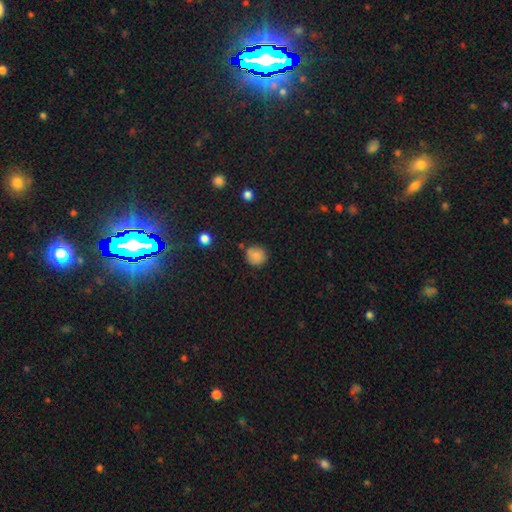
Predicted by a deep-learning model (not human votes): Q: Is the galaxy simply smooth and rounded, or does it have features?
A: smooth — 84%.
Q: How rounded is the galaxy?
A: round — 90%.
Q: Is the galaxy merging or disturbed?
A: none — 81%.